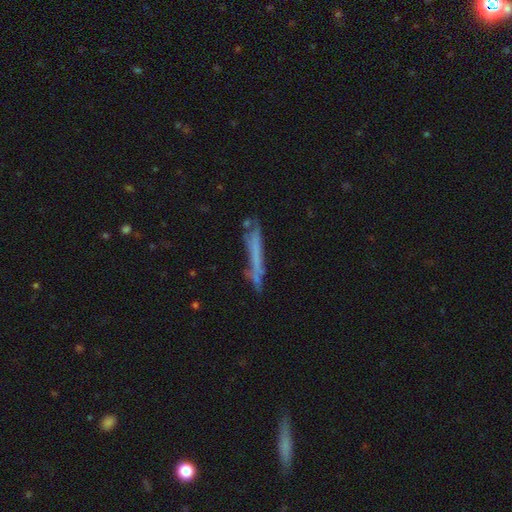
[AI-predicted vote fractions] Q: Smooth or featured?
A: smooth (51%); runner-up: featured or disk (40%)
Q: How rounded?
A: cigar-shaped (95%); runner-up: in between (4%)
Q: Merging?
A: none (69%); runner-up: minor disturbance (20%)